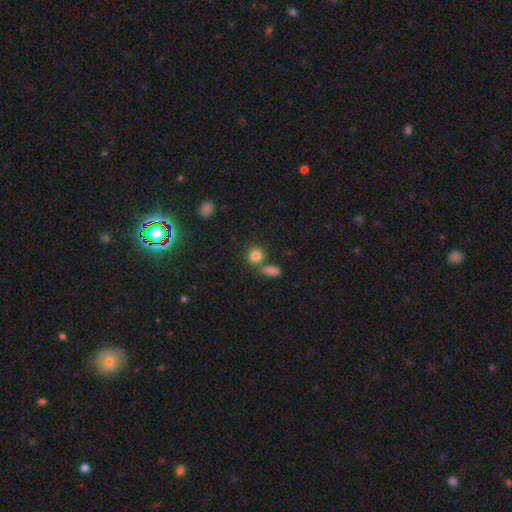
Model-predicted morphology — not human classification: smooth-or-featured: smooth: 83% | star or artifact: 11% | featured or disk: 6%
  how-rounded: round: 81% | in between: 18% | cigar-shaped: 2%
  merging: none: 64% | merger: 23% | minor disturbance: 9% | major disturbance: 4%